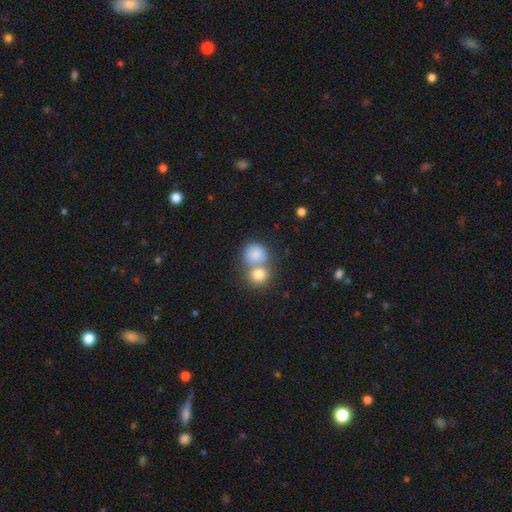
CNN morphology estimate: Smooth or featured? smooth (82%)
How rounded? round (78%)
Merging? merger (53%)